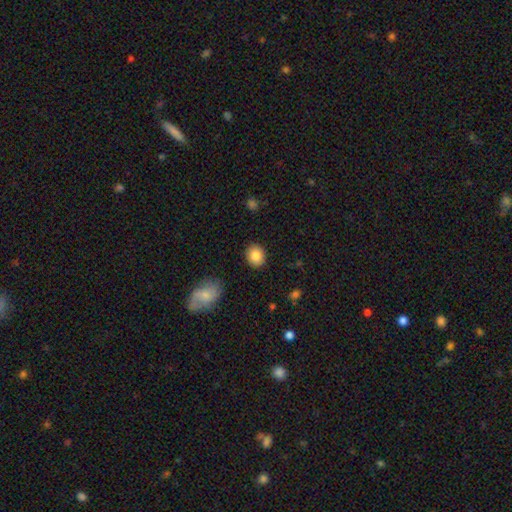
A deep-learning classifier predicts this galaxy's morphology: This appears to be a smooth galaxy with no disk features (85%) that is round (66%). Merging: none (90%).